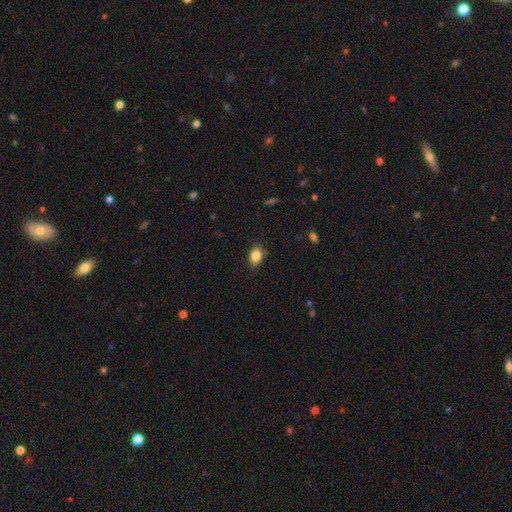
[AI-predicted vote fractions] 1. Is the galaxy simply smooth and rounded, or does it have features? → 86% smooth, 9% star or artifact, 5% featured or disk.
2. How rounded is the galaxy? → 83% in between, 16% round, 1% cigar-shaped.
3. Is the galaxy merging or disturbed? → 82% none, 14% minor disturbance, 3% major disturbance, 1% merger.